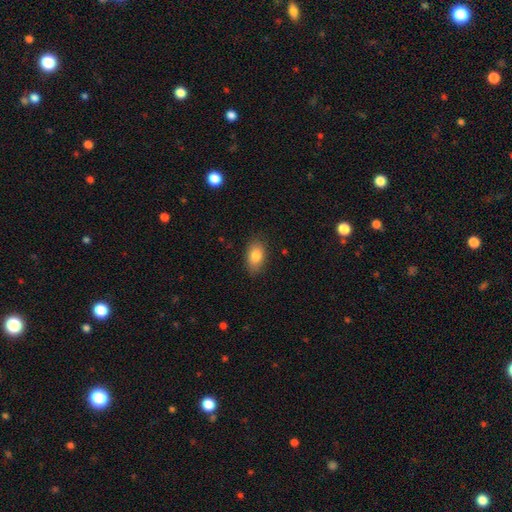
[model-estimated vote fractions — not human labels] The model was most divided on "merging": none: 83%, minor disturbance: 13%, major disturbance: 3%, merger: 1%. More confident: how rounded — in between (90%); smooth or featured — smooth (84%).